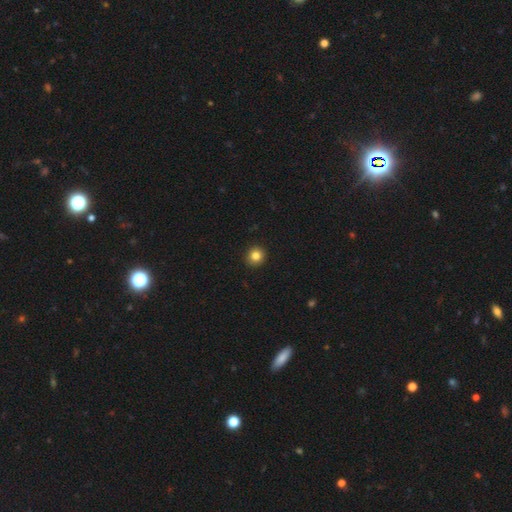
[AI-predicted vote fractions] This appears to be a smooth galaxy with no disk features (84%) that is round (92%). Merging: none (93%).